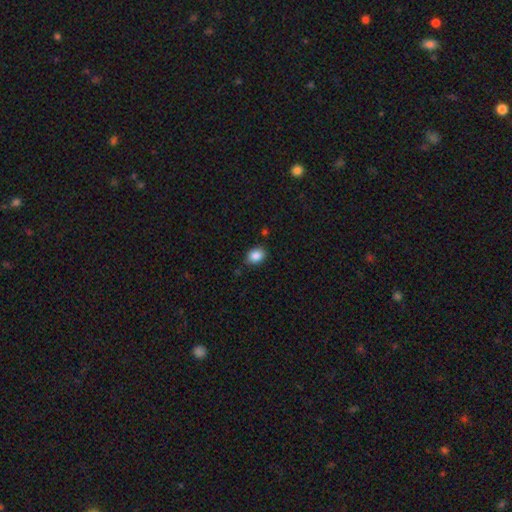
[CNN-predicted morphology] This appears to be a smooth galaxy with no disk features (87%) that is in between round and cigar-shaped (67%). Merging: none (80%).